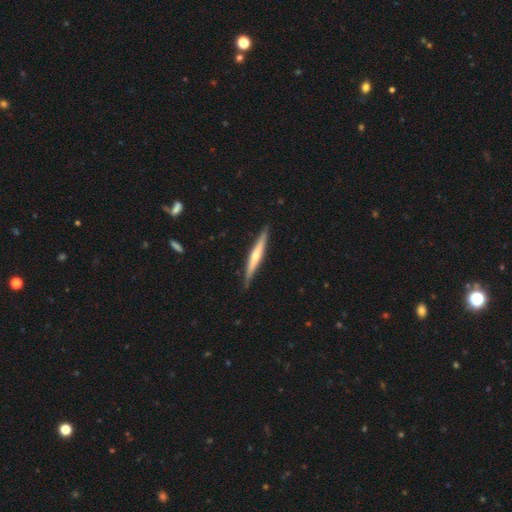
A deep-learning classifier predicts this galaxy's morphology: A featured or disk galaxy (59%) viewed edge-on (97%) with a rounded central bulge (63%). Merging: none (88%).